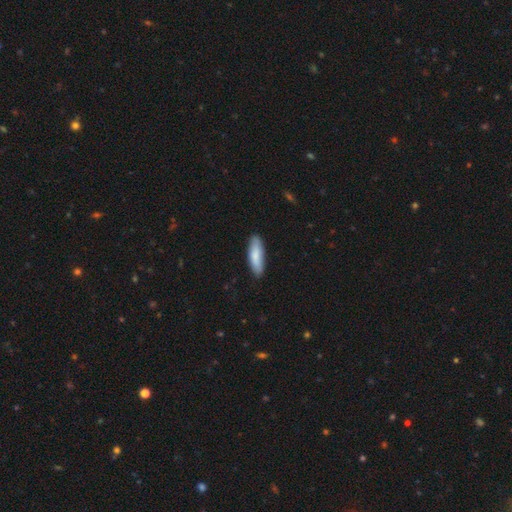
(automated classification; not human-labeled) Overall: smooth (81%). How rounded: cigar-shaped (51%; in between 47%). Merging: none (85%).